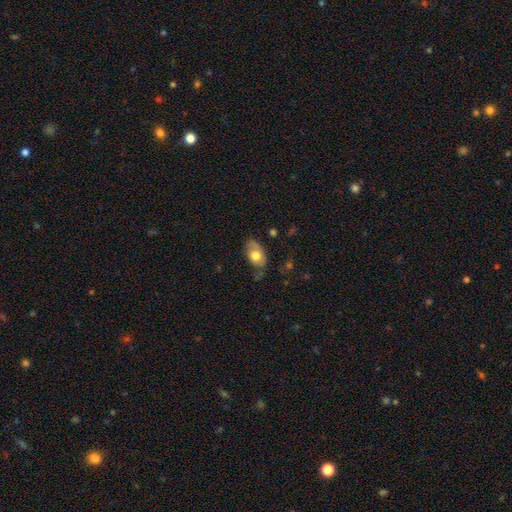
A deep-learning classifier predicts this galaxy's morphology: smooth 67%, featured or disk 26%, star or artifact 7%. Down the decision tree: how rounded — in between (89%); merging — none (54%).